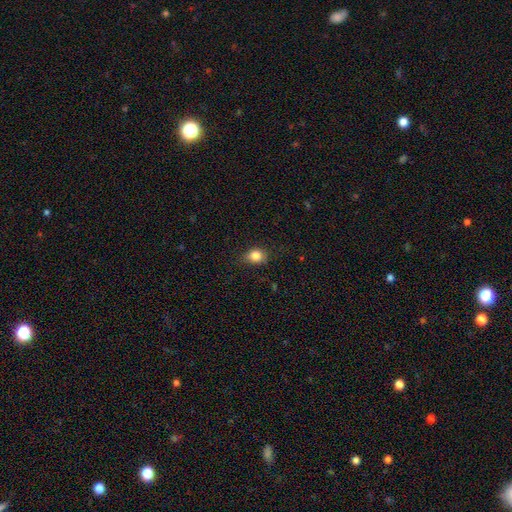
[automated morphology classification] Overall: smooth (83%). How rounded: round (52%; in between 47%). Merging: none (79%).